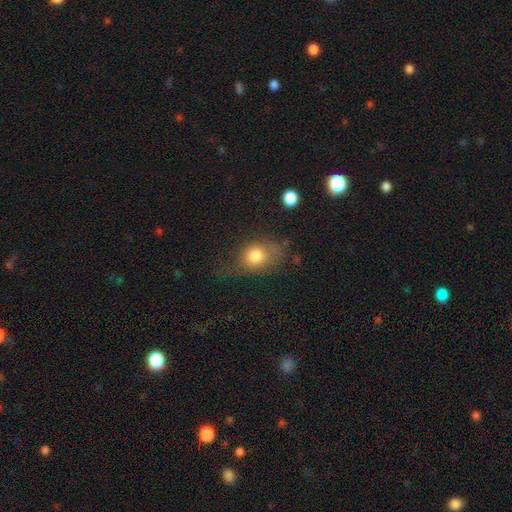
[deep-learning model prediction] smooth 76%, featured or disk 14%, star or artifact 10%. Down the decision tree: how rounded — in between (55%); merging — none (46%).